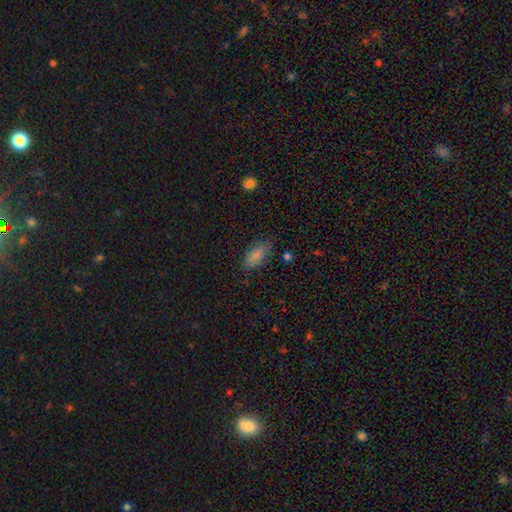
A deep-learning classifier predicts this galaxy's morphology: type=smooth (83%); roundness=in between (86%); merging=none (79%).